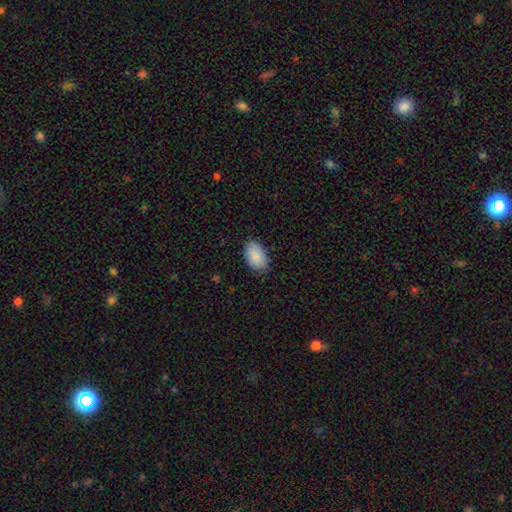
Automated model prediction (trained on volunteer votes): Overall: smooth (90%). How rounded: in between (94%). Merging: none (81%).